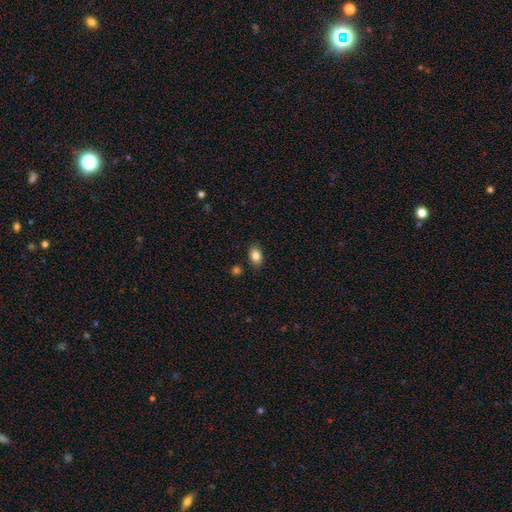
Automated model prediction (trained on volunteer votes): Overall: smooth (85%). How rounded: in between (79%). Merging: none (84%).